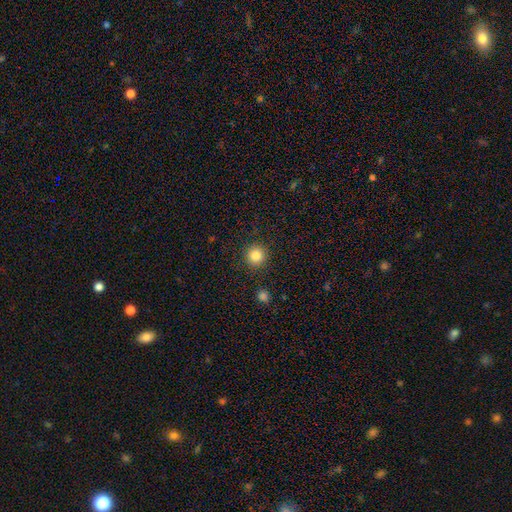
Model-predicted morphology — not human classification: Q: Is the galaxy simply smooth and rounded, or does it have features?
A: smooth — 84%.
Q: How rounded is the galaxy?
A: round — 95%.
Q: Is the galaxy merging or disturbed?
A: none — 91%.